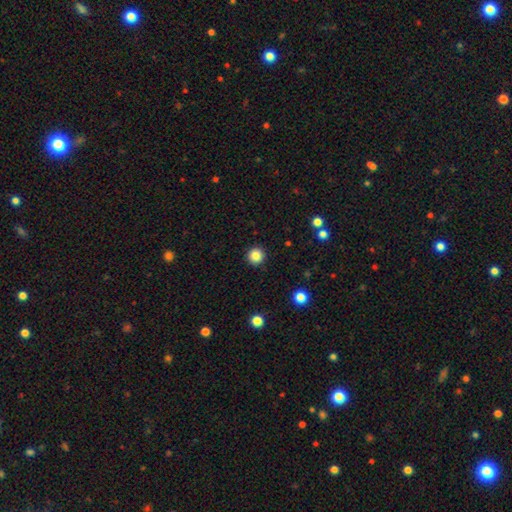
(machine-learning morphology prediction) Smooth or featured: smooth — 85% (star or artifact — 11%)
How rounded: round — 96% (in between — 3%)
Merging: none — 93% (minor disturbance — 5%)